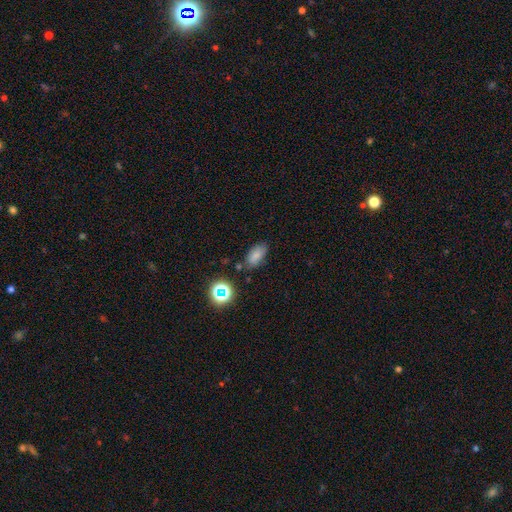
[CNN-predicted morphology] Smooth or featured? Predicted: smooth (p=0.74). How rounded? Predicted: in between (p=0.89). Merging? Predicted: none (p=0.71).